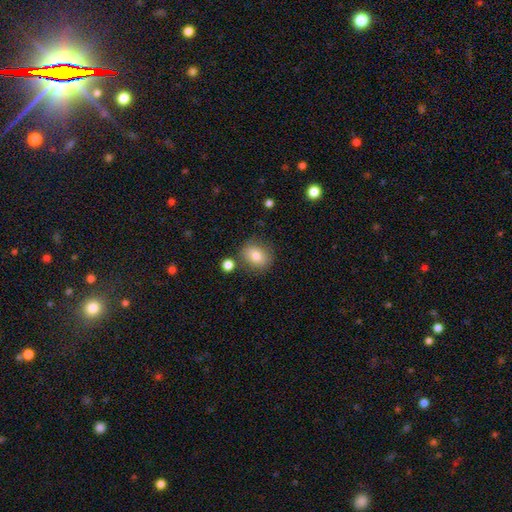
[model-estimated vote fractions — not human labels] Overall: smooth (79%). How rounded: round (50%; in between 49%). Merging: none (77%).